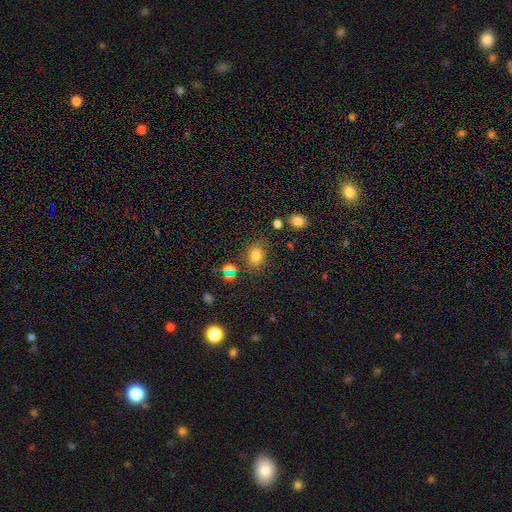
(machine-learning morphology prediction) Q: Smooth or featured?
A: smooth (76%); runner-up: star or artifact (16%)
Q: How rounded?
A: in between (54%); runner-up: round (45%)
Q: Merging?
A: none (76%); runner-up: minor disturbance (13%)